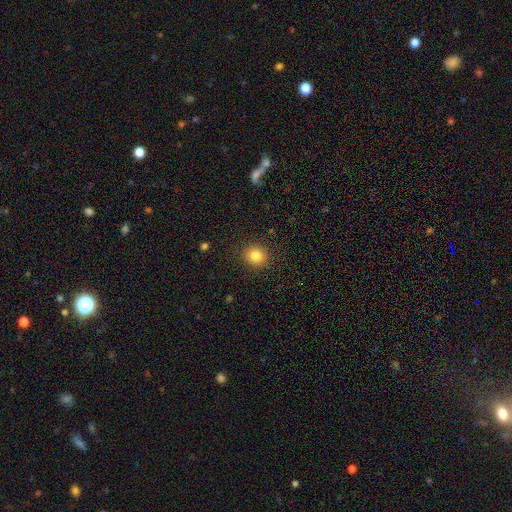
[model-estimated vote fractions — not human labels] Smooth or featured? Predicted: smooth (p=0.82). How rounded? Predicted: round (p=0.84). Merging? Predicted: none (p=0.90).